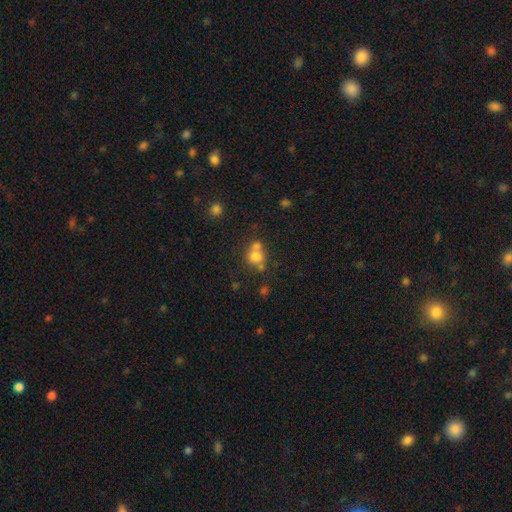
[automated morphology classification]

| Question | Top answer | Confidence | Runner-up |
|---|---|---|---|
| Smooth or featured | smooth | 69% | featured or disk (16%) |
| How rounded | round | 74% | in between (25%) |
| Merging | merger | 45% | none (40%) |